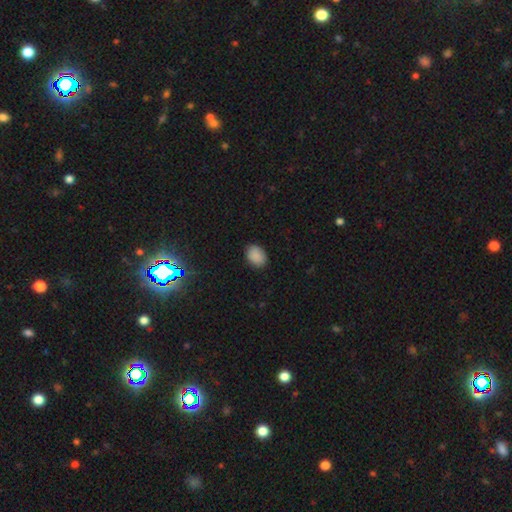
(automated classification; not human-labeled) Overall: smooth (88%). How rounded: in between (74%). Merging: none (87%).